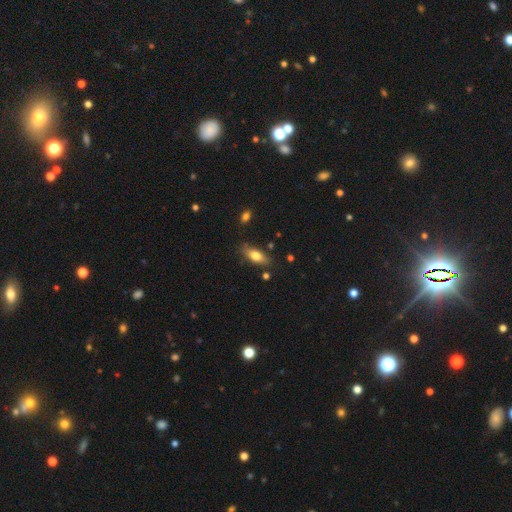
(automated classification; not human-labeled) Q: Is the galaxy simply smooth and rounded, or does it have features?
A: smooth — 72%.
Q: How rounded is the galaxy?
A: in between — 73%.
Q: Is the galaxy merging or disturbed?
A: none — 78%.